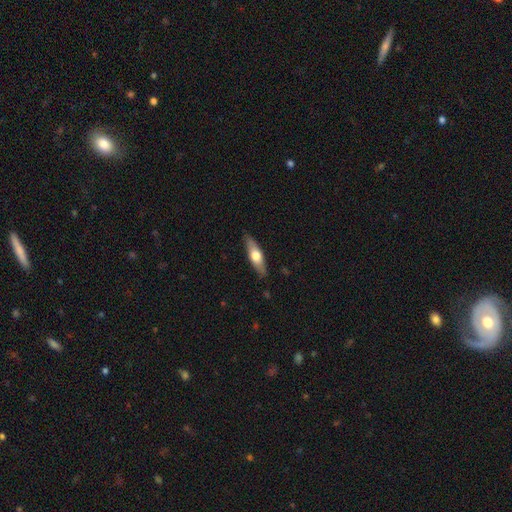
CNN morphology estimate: Smooth or featured? Predicted: smooth (p=0.51). How rounded? Predicted: cigar-shaped (p=0.58). Merging? Predicted: none (p=0.87).